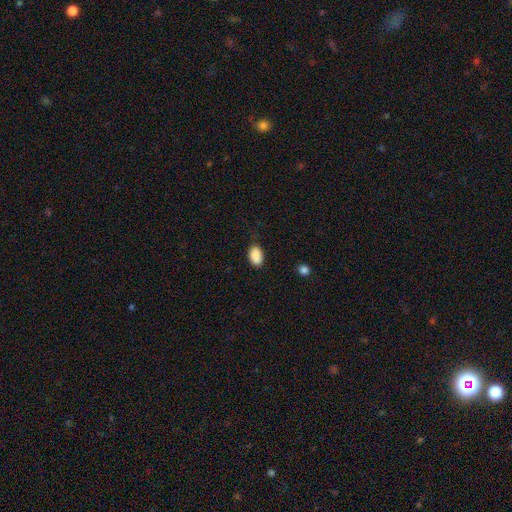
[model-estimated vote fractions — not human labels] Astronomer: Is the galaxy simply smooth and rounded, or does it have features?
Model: smooth — 89%.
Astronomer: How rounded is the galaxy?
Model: in between — 88%.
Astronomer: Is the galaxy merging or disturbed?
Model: none — 75%.